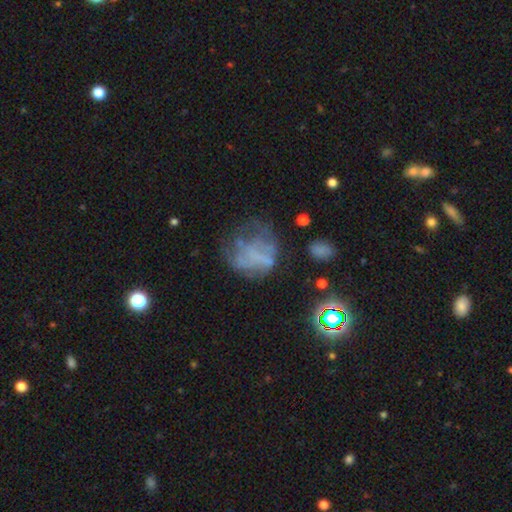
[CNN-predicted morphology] featured or disk 47%, smooth 31%, star or artifact 22%. Down the decision tree: merging — none (39%).